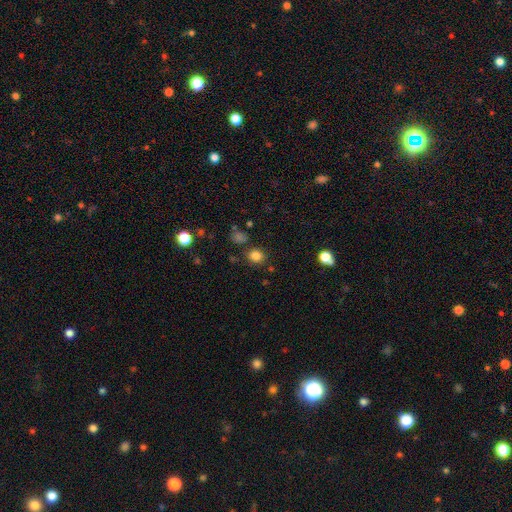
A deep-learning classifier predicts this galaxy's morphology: smooth-or-featured: smooth: 82% | star or artifact: 14% | featured or disk: 4%
  how-rounded: round: 81% | in between: 18% | cigar-shaped: 1%
  merging: none: 83% | minor disturbance: 10% | merger: 5% | major disturbance: 3%